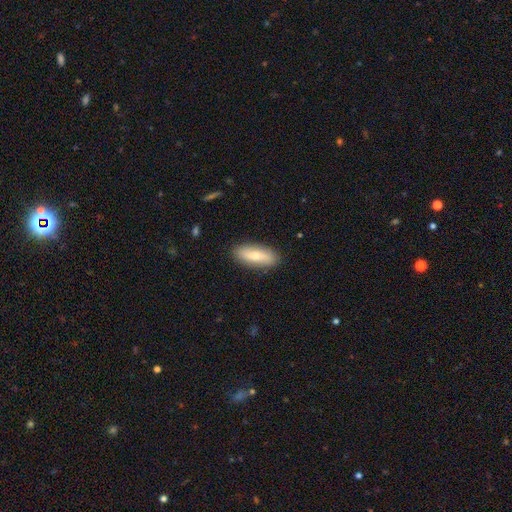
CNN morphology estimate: The model was most divided on "how rounded": in between: 69%, cigar-shaped: 28%, round: 3%. More confident: merging — none (87%); smooth or featured — smooth (69%).